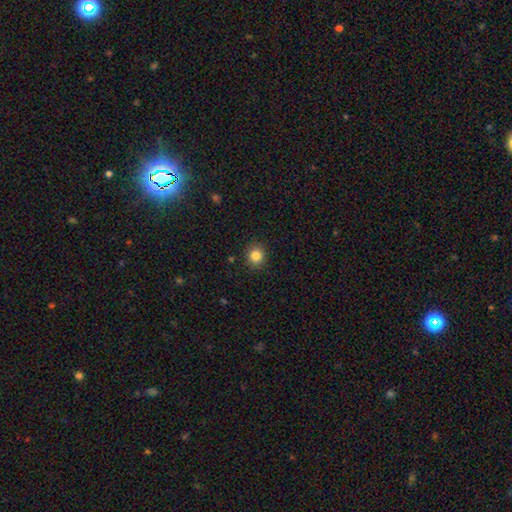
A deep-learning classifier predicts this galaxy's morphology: Q: Smooth or featured?
A: smooth (84%); runner-up: star or artifact (11%)
Q: How rounded?
A: round (84%); runner-up: in between (15%)
Q: Merging?
A: none (90%); runner-up: minor disturbance (7%)